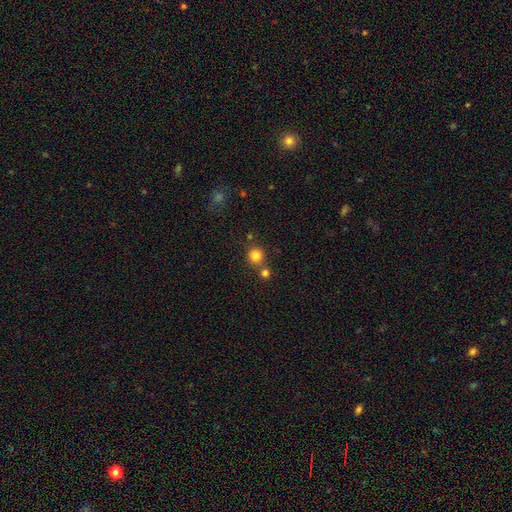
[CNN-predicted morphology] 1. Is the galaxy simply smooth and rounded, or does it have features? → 82% smooth, 13% star or artifact, 5% featured or disk.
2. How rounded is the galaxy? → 93% round, 6% in between, 1% cigar-shaped.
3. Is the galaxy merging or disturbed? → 70% none, 20% merger, 7% minor disturbance, 3% major disturbance.